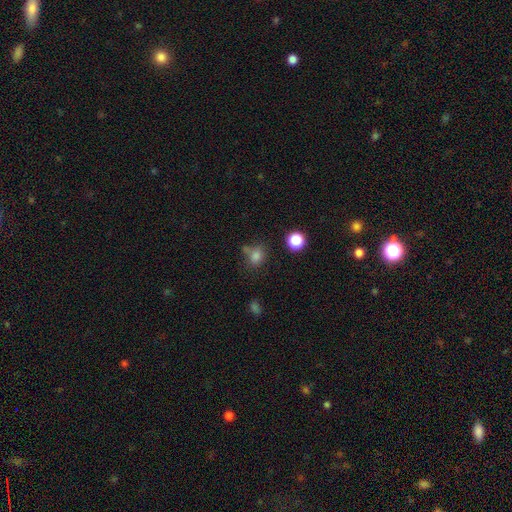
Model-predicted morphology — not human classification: Overall: smooth (77%). How rounded: round (65%; in between 34%). Merging: none (57%; minor disturbance 20%).